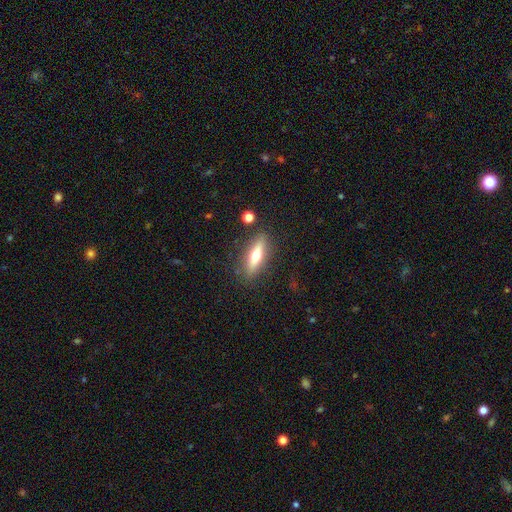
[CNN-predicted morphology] The model was most divided on "smooth or featured": featured or disk: 48%, smooth: 45%, star or artifact: 7%. More confident: merging — none (85%).